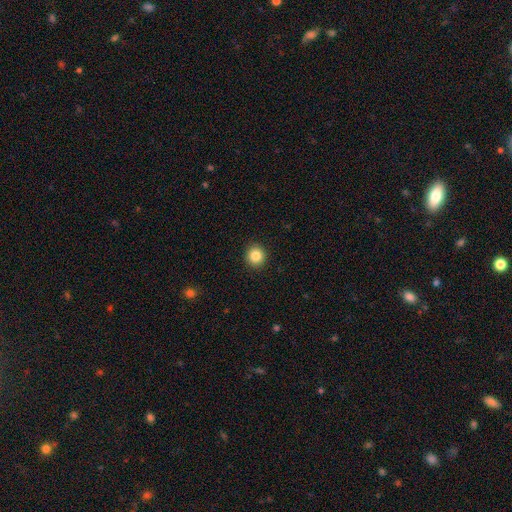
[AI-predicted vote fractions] Smooth or featured: smooth — 85% (star or artifact — 10%)
How rounded: round — 92% (in between — 7%)
Merging: none — 93% (minor disturbance — 5%)